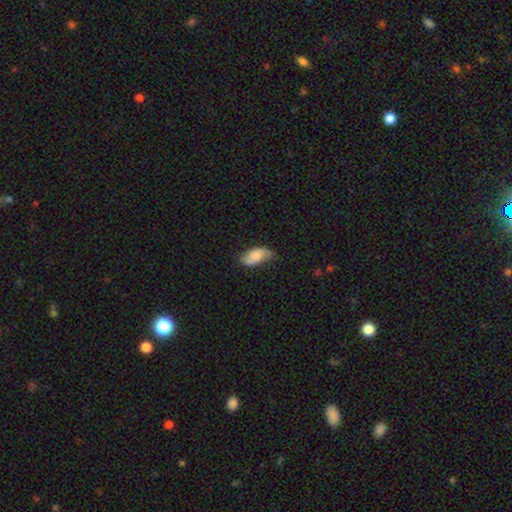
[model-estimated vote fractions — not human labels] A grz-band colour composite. It shows a smooth galaxy with no disk features (63%) that is in between round and cigar-shaped (91%). Merging: none (56%).